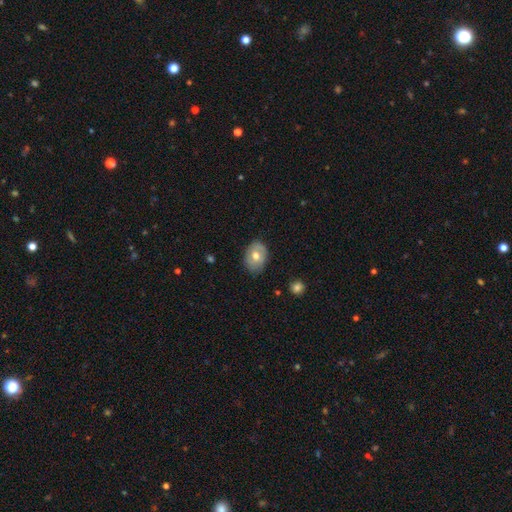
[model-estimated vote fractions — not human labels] smooth-or-featured: smooth: 61% | featured or disk: 32% | star or artifact: 8%
  how-rounded: in between: 70% | round: 29% | cigar-shaped: 1%
  merging: none: 74% | minor disturbance: 21% | major disturbance: 4% | merger: 1%